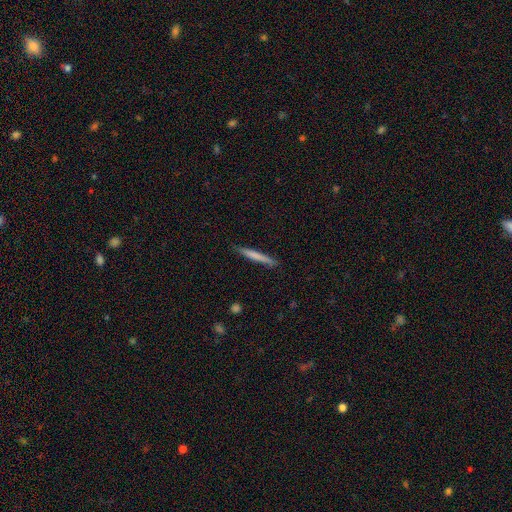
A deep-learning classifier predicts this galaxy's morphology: This appears to be a smooth galaxy with no disk features (69%) that is cigar-shaped (96%). Merging: none (86%).